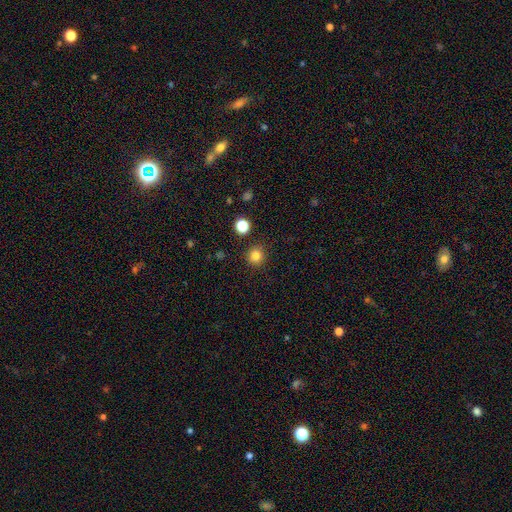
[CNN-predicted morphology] Smooth or featured? smooth (81%)
How rounded? round (92%)
Merging? none (89%)